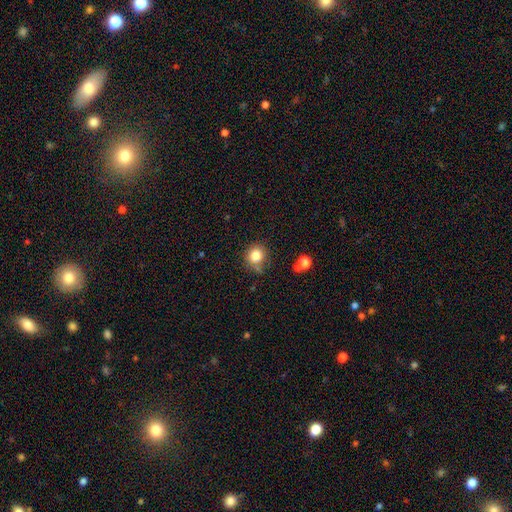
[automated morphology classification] Smooth or featured? Predicted: smooth (p=0.82). How rounded? Predicted: round (p=0.87). Merging? Predicted: none (p=0.74).